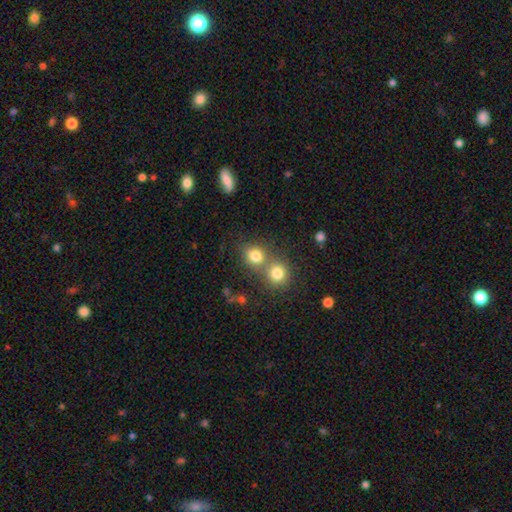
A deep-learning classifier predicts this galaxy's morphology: Smooth or featured? Predicted: smooth (p=0.80). How rounded? Predicted: round (p=0.75). Merging? Predicted: none (p=0.48).